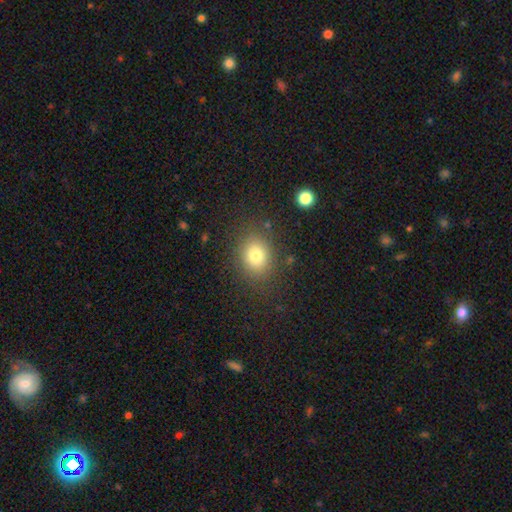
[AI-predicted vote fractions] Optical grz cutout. It shows a smooth galaxy with no disk features (78%) that is round (59%). Merging: none (83%).